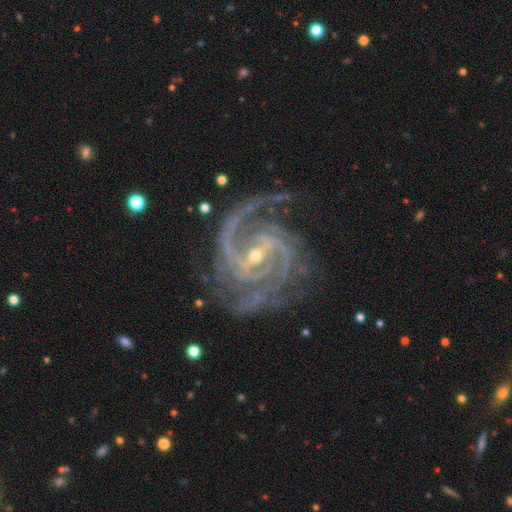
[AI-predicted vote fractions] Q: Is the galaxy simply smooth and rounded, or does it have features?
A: featured or disk — 93%.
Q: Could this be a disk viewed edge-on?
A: no — 98%.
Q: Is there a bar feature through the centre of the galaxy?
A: strong — 45%.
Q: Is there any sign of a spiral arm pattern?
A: yes — 99%.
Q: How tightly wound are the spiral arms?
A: medium — 47%.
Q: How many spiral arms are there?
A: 2 — 41%.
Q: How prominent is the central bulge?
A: small — 68%.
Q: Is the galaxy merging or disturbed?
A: none — 71%.